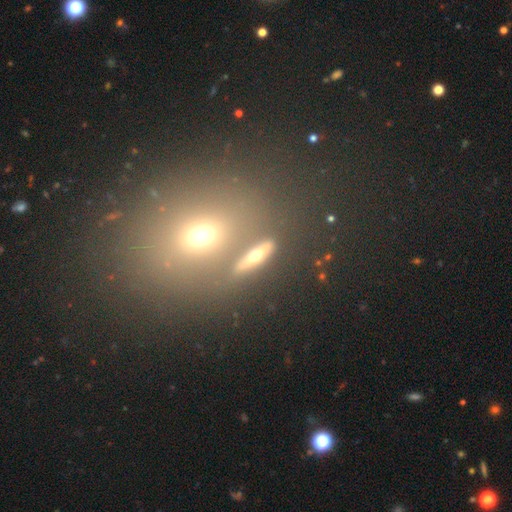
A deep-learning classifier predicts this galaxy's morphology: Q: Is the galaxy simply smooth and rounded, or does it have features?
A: smooth — 46%.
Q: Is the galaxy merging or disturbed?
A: none — 69%.